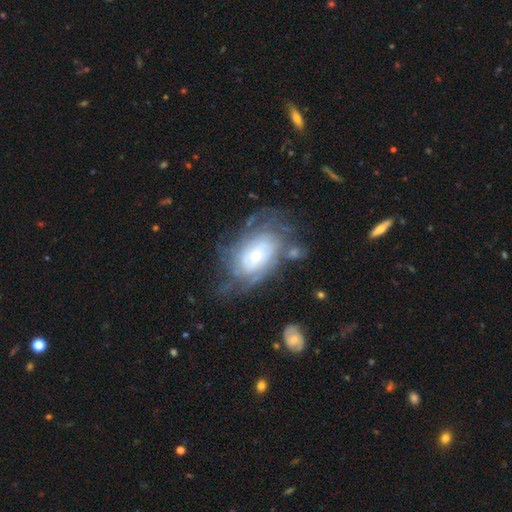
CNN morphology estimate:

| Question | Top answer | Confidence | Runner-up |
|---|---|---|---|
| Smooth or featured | featured or disk | 79% | smooth (14%) |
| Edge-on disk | no | 95% | yes (5%) |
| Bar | no | 66% | weak (27%) |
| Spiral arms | yes | 89% | no (11%) |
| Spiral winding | tight | 66% | medium (25%) |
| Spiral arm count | can't tell | 53% | 4 (12%) |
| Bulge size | small | 66% | moderate (25%) |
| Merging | none | 56% | minor disturbance (21%) |